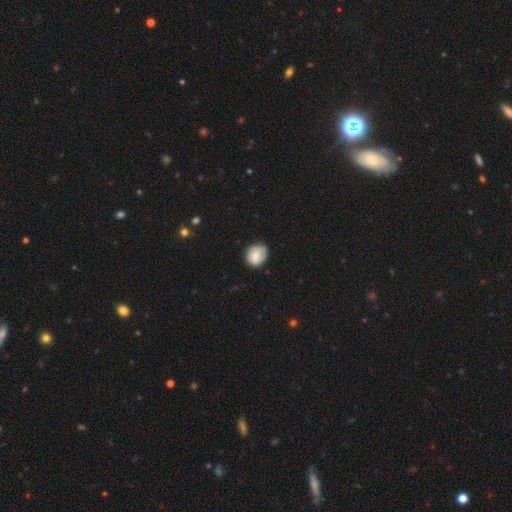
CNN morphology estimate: smooth-or-featured: smooth: 69% | featured or disk: 24% | star or artifact: 7%
  how-rounded: round: 73% | in between: 26% | cigar-shaped: 1%
  merging: none: 76% | minor disturbance: 19% | major disturbance: 4% | merger: 1%